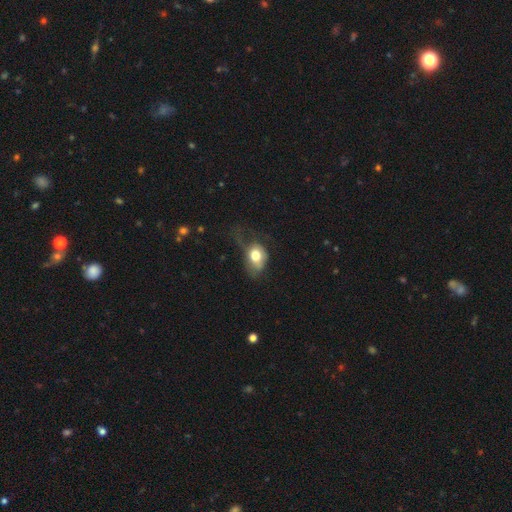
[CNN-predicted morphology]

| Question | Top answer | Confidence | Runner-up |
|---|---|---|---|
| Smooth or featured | smooth | 70% | featured or disk (21%) |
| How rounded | in between | 67% | round (31%) |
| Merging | major disturbance | 41% | minor disturbance (29%) |